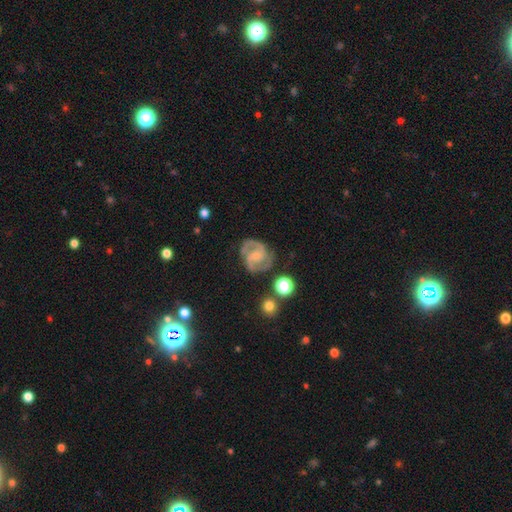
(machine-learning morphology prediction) Smooth or featured? featured or disk (89%)
Edge-on disk? no (98%)
Bar? no (51%)
Spiral arms? yes (98%)
Spiral winding? medium (53%)
Spiral arm count? 2 (80%)
Bulge size? small (61%)
Merging? none (75%)